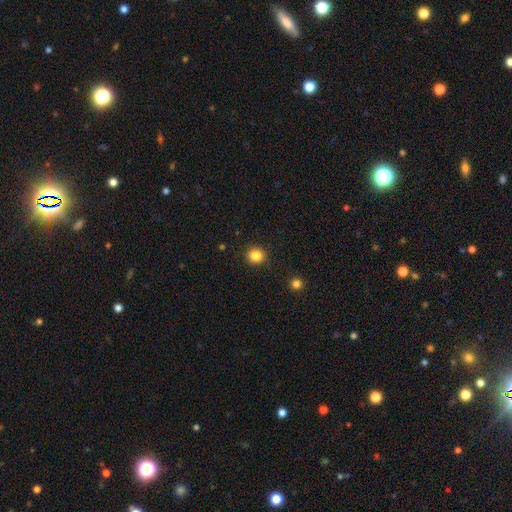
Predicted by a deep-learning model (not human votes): A smooth galaxy with no disk features (85%) that is round (82%).

Vote fractions:
- Smooth or featured? smooth: 85% / star or artifact: 11% / featured or disk: 4%
- How rounded? round: 82% / in between: 17% / cigar-shaped: 1%
- Merging? none: 90% / minor disturbance: 7% / major disturbance: 2% / merger: 1%